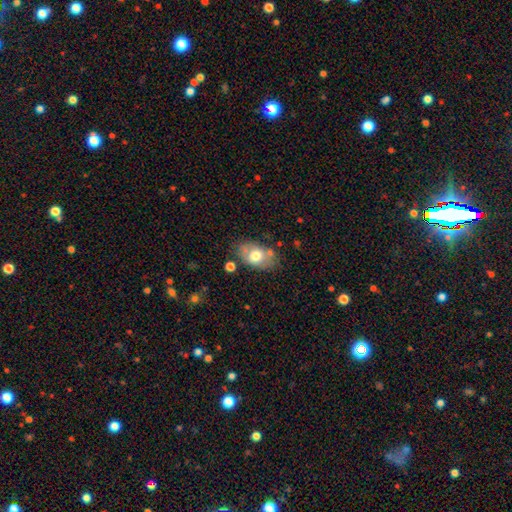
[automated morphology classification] A smooth galaxy with no disk features (66%) that is in between round and cigar-shaped (88%). Merging: none (69%).